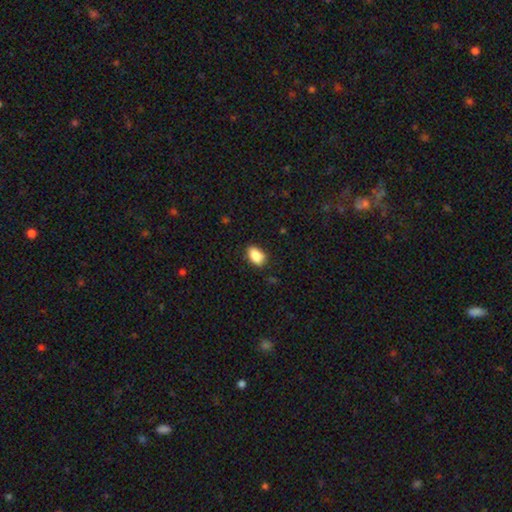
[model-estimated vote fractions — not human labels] smooth_or_featured: smooth (p=0.88) [alt: star or artifact p=0.08]
how_rounded: in between (p=0.89) [alt: round p=0.09]
merging: none (p=0.80) [alt: minor disturbance p=0.16]